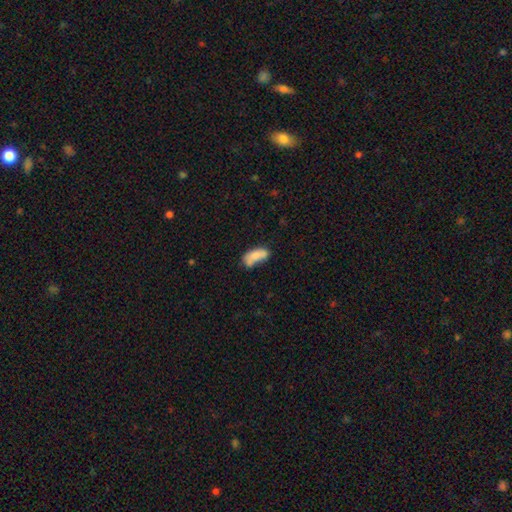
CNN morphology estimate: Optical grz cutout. It shows a smooth galaxy with no disk features (74%) that is in between round and cigar-shaped (84%). Merging: none (36%).